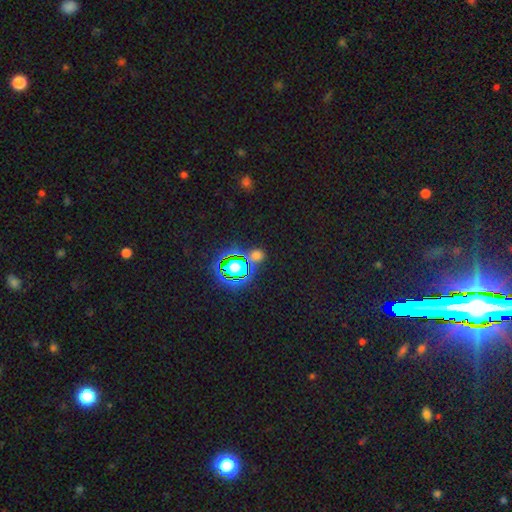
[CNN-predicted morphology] Smooth or featured: star or artifact — 51% (smooth — 42%)